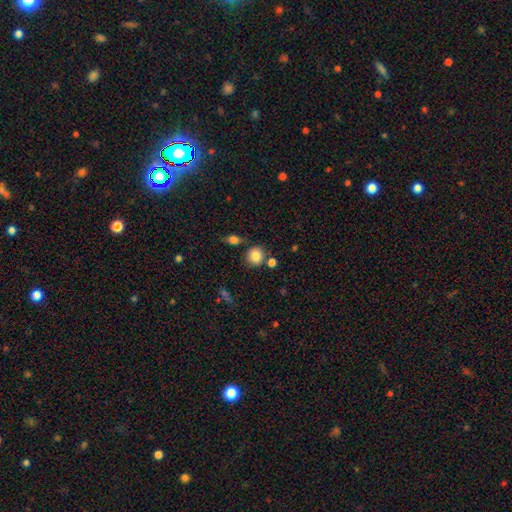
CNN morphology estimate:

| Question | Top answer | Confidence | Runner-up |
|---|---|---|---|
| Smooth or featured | smooth | 84% | star or artifact (10%) |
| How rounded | round | 84% | in between (15%) |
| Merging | none | 77% | minor disturbance (10%) |